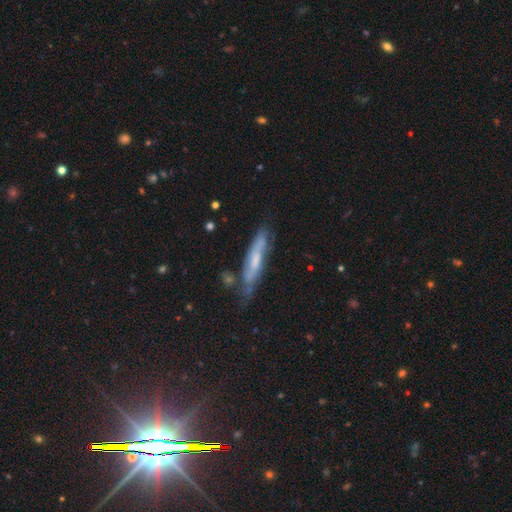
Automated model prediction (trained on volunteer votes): Smooth or featured? Predicted: featured or disk (p=0.54). Edge-on disk? Predicted: yes (p=0.71). Merging? Predicted: none (p=0.70).